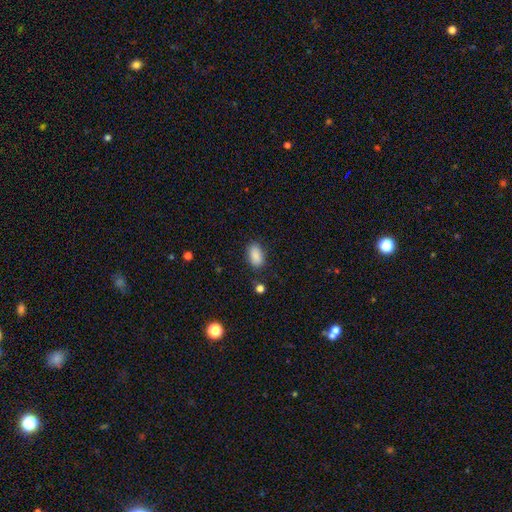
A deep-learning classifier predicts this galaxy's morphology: Smooth or featured? Predicted: smooth (p=0.88). How rounded? Predicted: in between (p=0.92). Merging? Predicted: none (p=0.81).